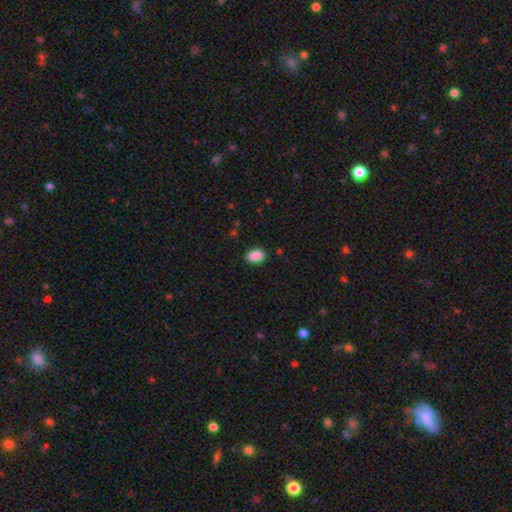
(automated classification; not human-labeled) Smooth or featured? smooth (89%)
How rounded? in between (85%)
Merging? none (86%)